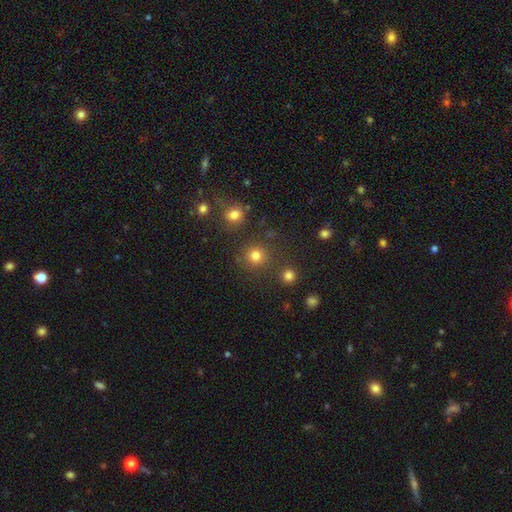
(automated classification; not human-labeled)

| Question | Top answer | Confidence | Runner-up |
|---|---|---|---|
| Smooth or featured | smooth | 81% | star or artifact (14%) |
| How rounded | round | 93% | in between (6%) |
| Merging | none | 81% | merger (8%) |